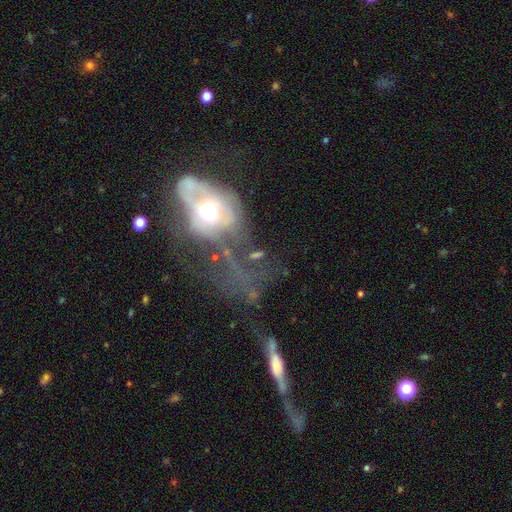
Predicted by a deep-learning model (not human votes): Smooth or featured? featured or disk (54%)
Edge-on disk? no (88%)
Merging? major disturbance (53%)